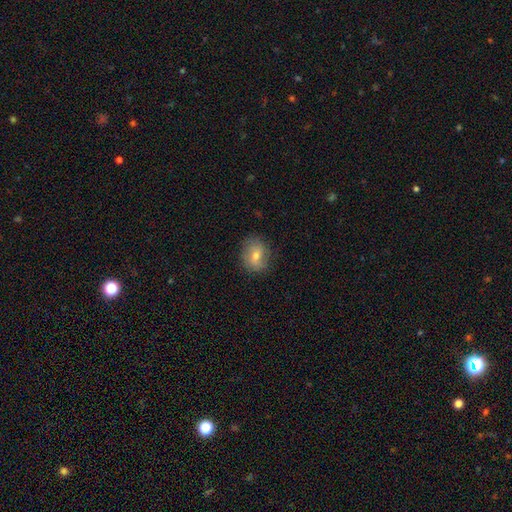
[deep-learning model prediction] A smooth galaxy with no disk features (68%) that is round (59%).

Vote fractions:
- Smooth or featured? smooth: 68% / featured or disk: 23% / star or artifact: 9%
- How rounded? round: 59% / in between: 40% / cigar-shaped: 1%
- Merging? none: 80% / minor disturbance: 15% / major disturbance: 4% / merger: 1%